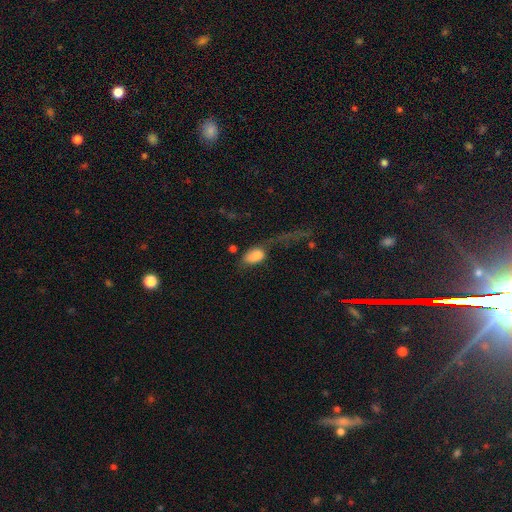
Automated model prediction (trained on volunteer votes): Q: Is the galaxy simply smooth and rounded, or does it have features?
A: smooth — 80%.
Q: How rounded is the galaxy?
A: in between — 89%.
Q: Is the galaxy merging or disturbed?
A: major disturbance — 49%.